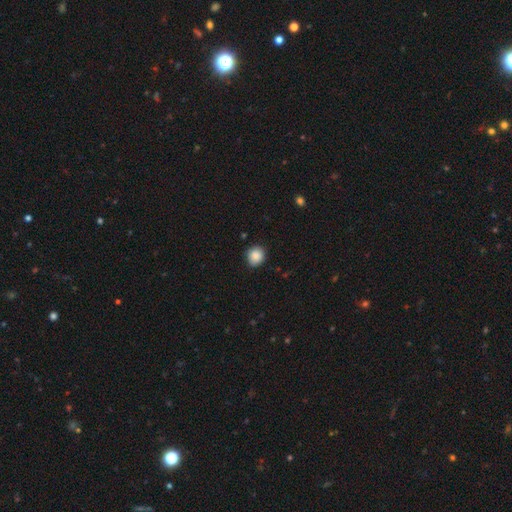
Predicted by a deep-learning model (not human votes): Smooth or featured? smooth (87%)
How rounded? round (84%)
Merging? none (85%)